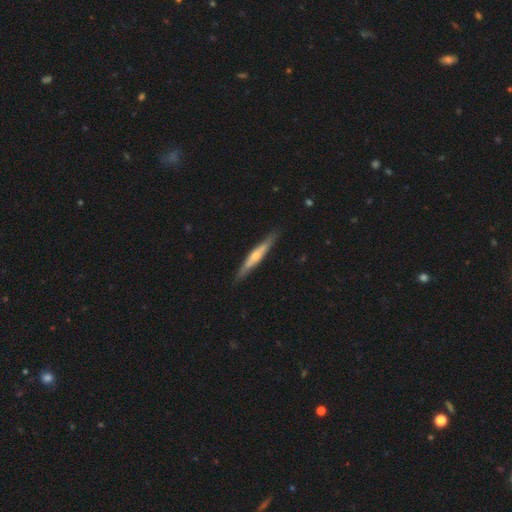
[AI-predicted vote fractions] Smooth or featured? featured or disk (60%)
Edge-on disk? yes (93%)
Edge-on bulge? rounded (75%)
Merging? none (87%)